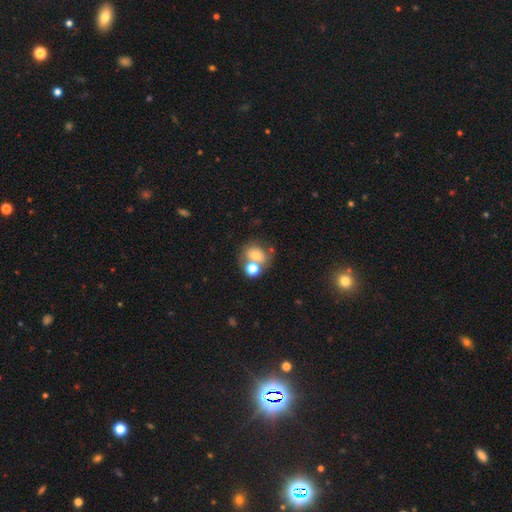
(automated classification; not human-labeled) smooth-or-featured: smooth: 70% | featured or disk: 17% | star or artifact: 13%
  how-rounded: round: 60% | in between: 39% | cigar-shaped: 1%
  merging: none: 43% | merger: 41% | minor disturbance: 11% | major disturbance: 6%